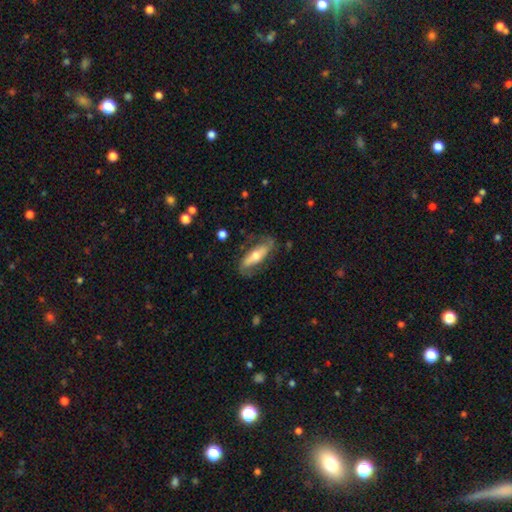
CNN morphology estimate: type=featured or disk (55%); edge-on=no (69%); merging=none (70%).